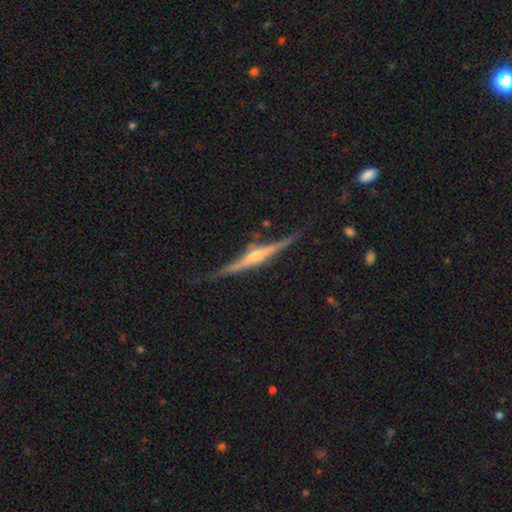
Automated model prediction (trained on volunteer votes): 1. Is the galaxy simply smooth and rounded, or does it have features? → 87% featured or disk, 7% smooth, 6% star or artifact.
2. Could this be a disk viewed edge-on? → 98% yes, 2% no.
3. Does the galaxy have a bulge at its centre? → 87% rounded, 7% boxy, 6% none.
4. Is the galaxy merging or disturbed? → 81% none, 14% minor disturbance, 3% major disturbance, 2% merger.